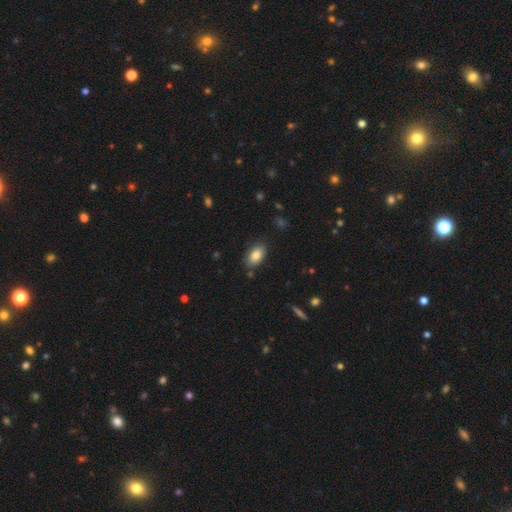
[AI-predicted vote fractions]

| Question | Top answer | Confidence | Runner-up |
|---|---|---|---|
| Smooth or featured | smooth | 83% | featured or disk (10%) |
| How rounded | in between | 93% | round (5%) |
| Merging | none | 82% | minor disturbance (13%) |